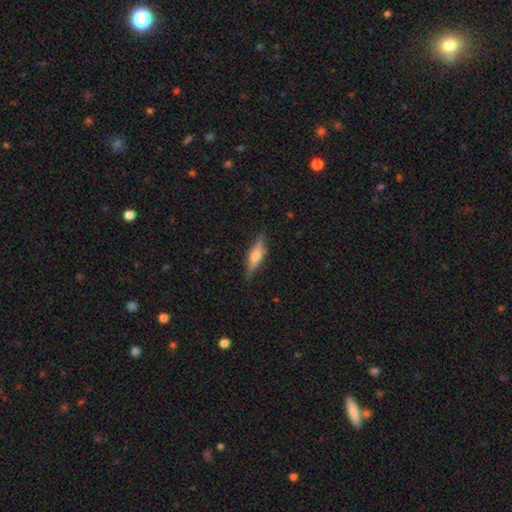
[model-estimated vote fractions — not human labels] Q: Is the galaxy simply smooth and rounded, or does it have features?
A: featured or disk — 52%.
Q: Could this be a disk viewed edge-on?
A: yes — 94%.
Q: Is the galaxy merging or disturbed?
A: none — 84%.